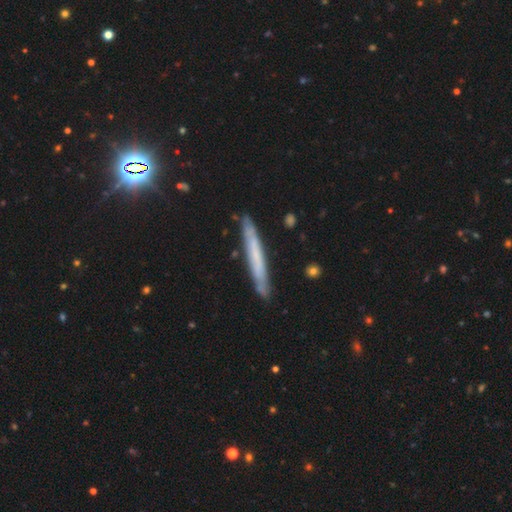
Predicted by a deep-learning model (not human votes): smooth-or-featured: featured or disk: 46% (tied) | smooth: 46% (tied) | star or artifact: 7%
  merging: none: 85% | minor disturbance: 11% | major disturbance: 2% | merger: 2%